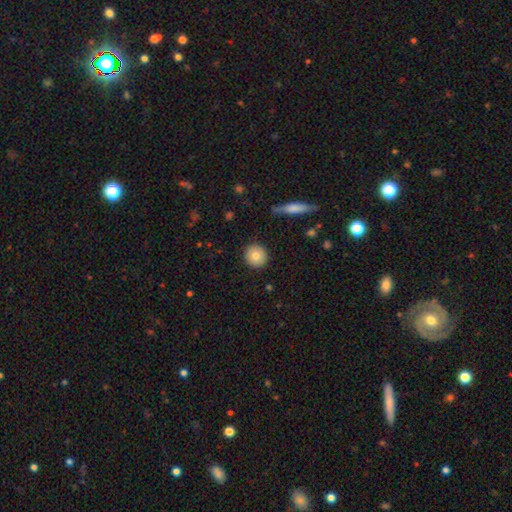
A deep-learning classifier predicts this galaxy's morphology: smooth_or_featured: smooth (p=0.80) [alt: featured or disk p=0.12]
how_rounded: round (p=0.93) [alt: in between p=0.06]
merging: none (p=0.91) [alt: minor disturbance p=0.06]